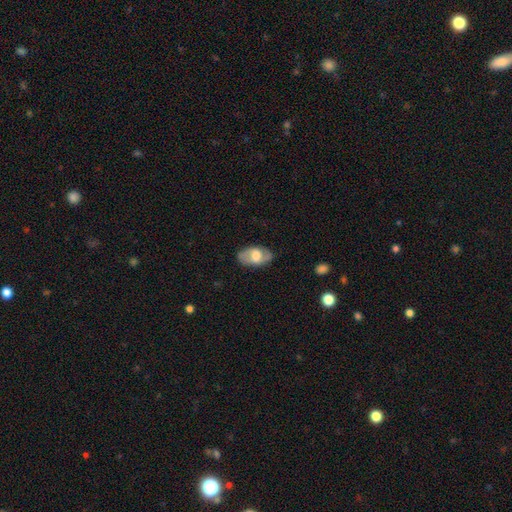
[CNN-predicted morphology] Smooth or featured? Predicted: featured or disk (p=0.50). Edge-on disk? Predicted: no (p=0.89). Merging? Predicted: none (p=0.77).